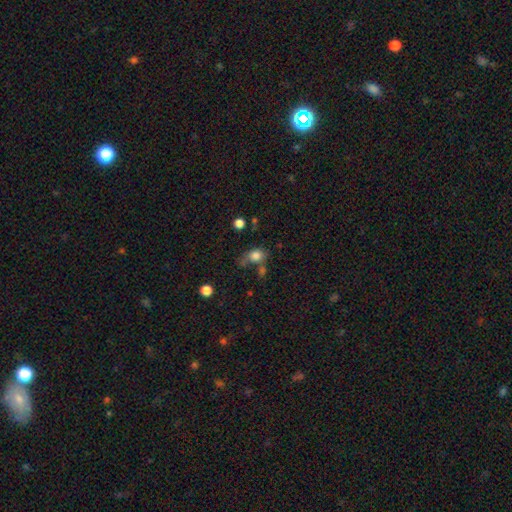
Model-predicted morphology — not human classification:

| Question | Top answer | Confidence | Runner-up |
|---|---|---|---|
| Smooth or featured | smooth | 80% | star or artifact (11%) |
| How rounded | in between | 62% | round (36%) |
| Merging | none | 46% | minor disturbance (24%) |